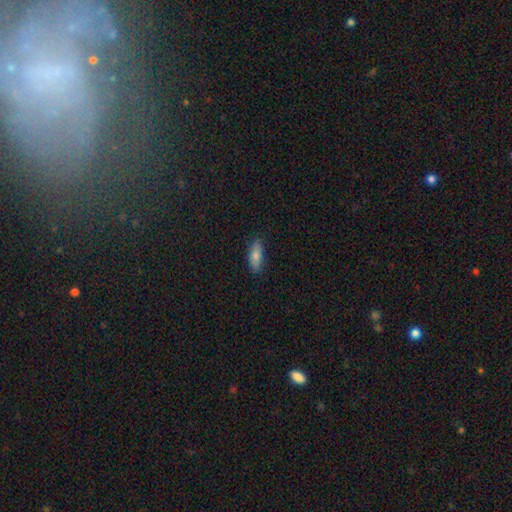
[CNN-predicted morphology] smooth_or_featured: smooth (p=0.74) [alt: featured or disk p=0.18]
how_rounded: in between (p=0.59) [alt: cigar-shaped p=0.38]
merging: none (p=0.86) [alt: minor disturbance p=0.11]